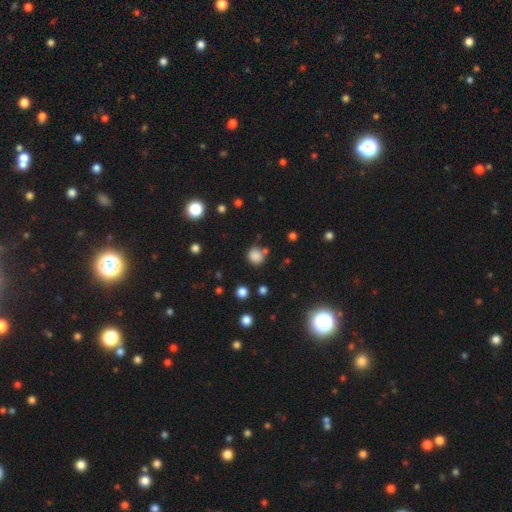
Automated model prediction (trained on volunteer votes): Smooth or featured? smooth (82%)
How rounded? round (85%)
Merging? none (75%)